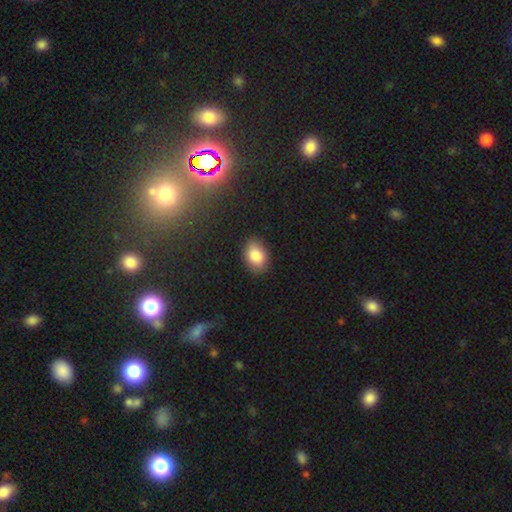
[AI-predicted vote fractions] Overall: smooth (85%). How rounded: in between (73%). Merging: none (83%).